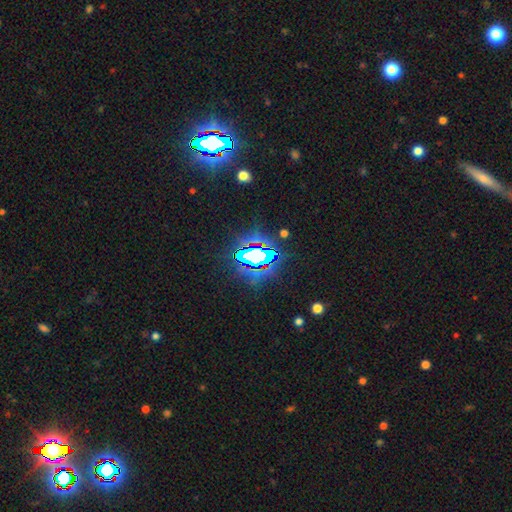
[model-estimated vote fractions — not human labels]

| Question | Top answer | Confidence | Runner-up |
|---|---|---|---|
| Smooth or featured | star or artifact | 66% | smooth (19%) |